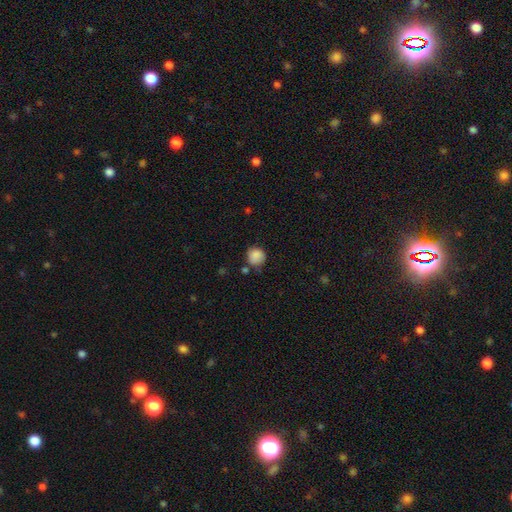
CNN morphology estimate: Smooth or featured: smooth — 86% (star or artifact — 9%)
How rounded: round — 88% (in between — 11%)
Merging: none — 66% (minor disturbance — 21%)